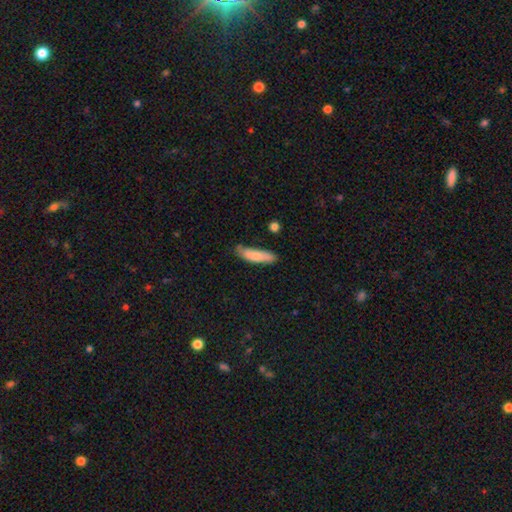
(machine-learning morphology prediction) smooth-or-featured: smooth: 81% | featured or disk: 13% | star or artifact: 6%
  how-rounded: cigar-shaped: 70% | in between: 29% | round: 2%
  merging: none: 68% | minor disturbance: 24% | major disturbance: 4% | merger: 3%